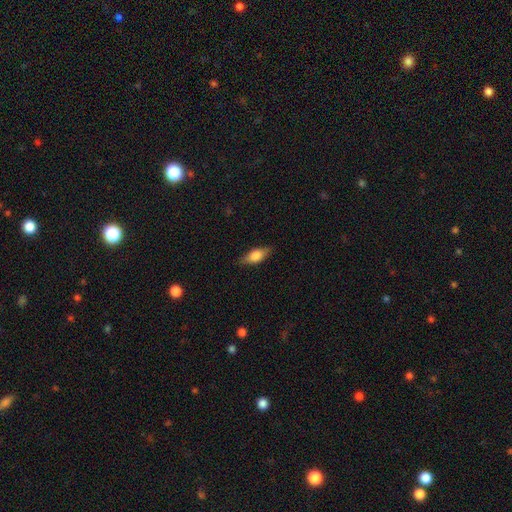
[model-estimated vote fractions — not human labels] A smooth galaxy with no disk features (72%) that is in between round and cigar-shaped (76%). Merging: none (81%).